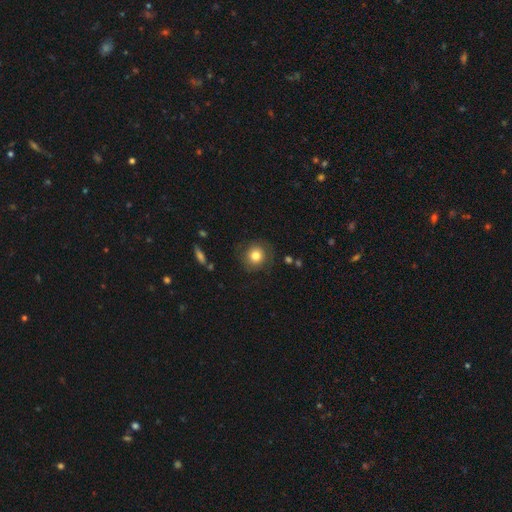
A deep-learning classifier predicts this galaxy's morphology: This appears to be a smooth galaxy with no disk features (74%) that is round (90%). Merging: none (79%).